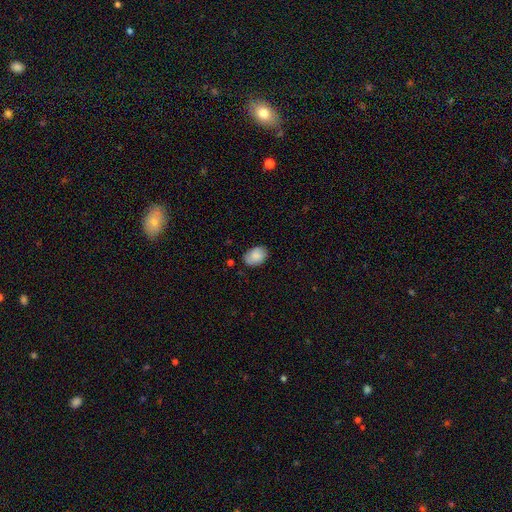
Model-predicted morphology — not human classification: Smooth or featured? smooth (87%)
How rounded? in between (79%)
Merging? none (79%)